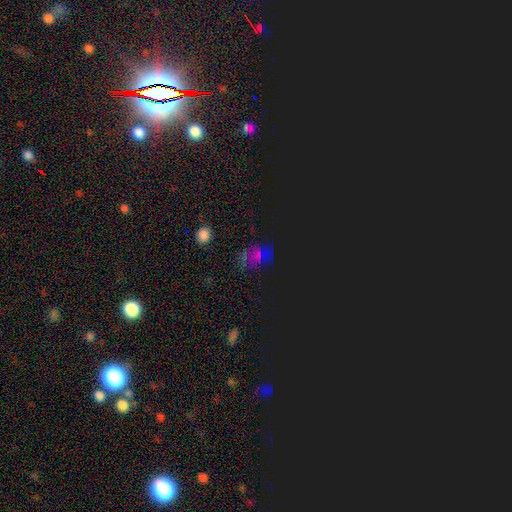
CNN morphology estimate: type=star or artifact (53%).